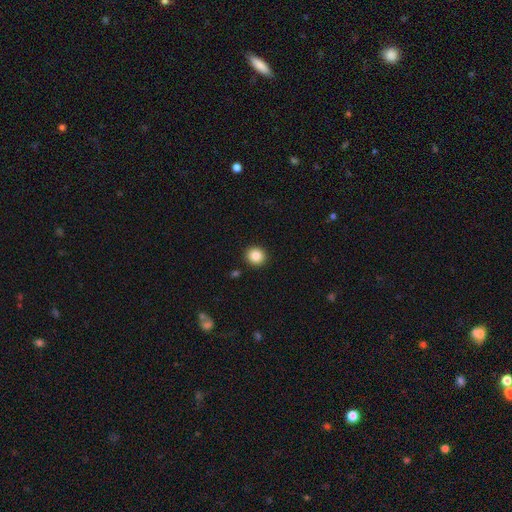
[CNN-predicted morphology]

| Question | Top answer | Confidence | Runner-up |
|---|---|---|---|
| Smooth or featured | smooth | 86% | star or artifact (9%) |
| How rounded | round | 91% | in between (8%) |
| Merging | none | 92% | minor disturbance (5%) |